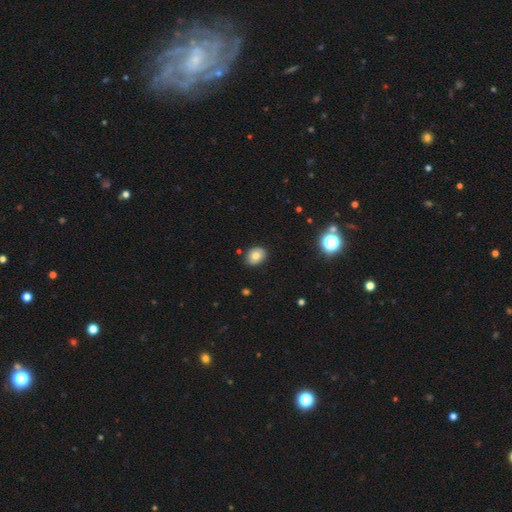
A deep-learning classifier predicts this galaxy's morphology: smooth-or-featured: smooth: 76% | featured or disk: 14% | star or artifact: 10%
  how-rounded: in between: 59% | round: 40% | cigar-shaped: 1%
  merging: none: 86% | minor disturbance: 10% | major disturbance: 2% | merger: 2%